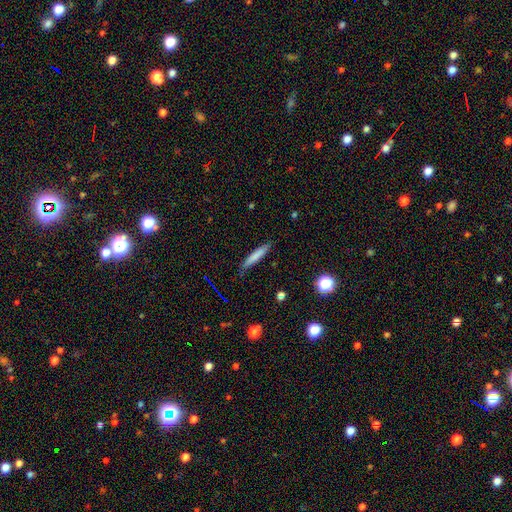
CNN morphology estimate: Smooth or featured: smooth — 74% (featured or disk — 19%)
How rounded: cigar-shaped — 93% (in between — 6%)
Merging: none — 81% (minor disturbance — 15%)